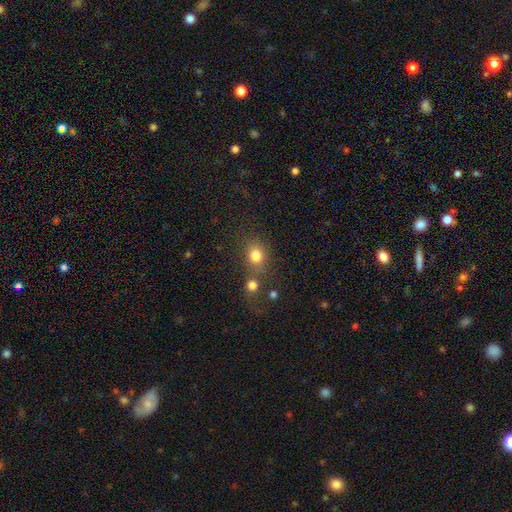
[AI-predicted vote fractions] The model was most divided on "merging": none: 59%, merger: 23%, minor disturbance: 11%, major disturbance: 7%. More confident: smooth or featured — smooth (79%); how rounded — round (69%).